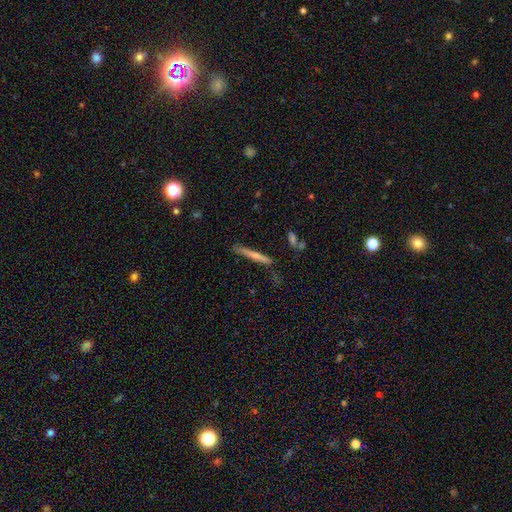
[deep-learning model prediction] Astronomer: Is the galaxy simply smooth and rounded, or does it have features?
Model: smooth — 52% (runner-up: featured or disk, 41%).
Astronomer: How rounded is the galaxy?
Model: cigar-shaped — 95%.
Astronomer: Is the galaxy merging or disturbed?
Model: none — 80%.